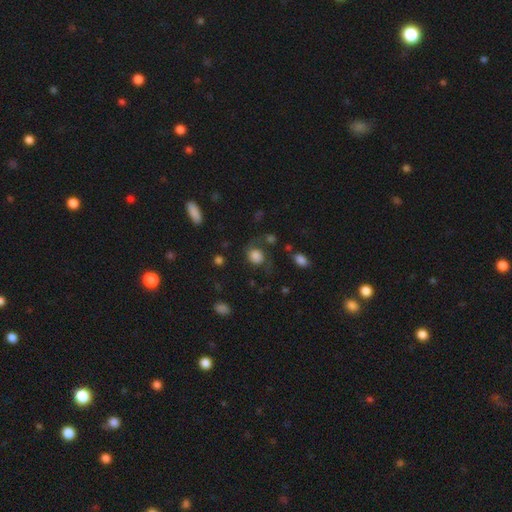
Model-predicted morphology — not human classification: This appears to be a smooth galaxy with no disk features (73%) that is round (68%). Merging: none (52%).